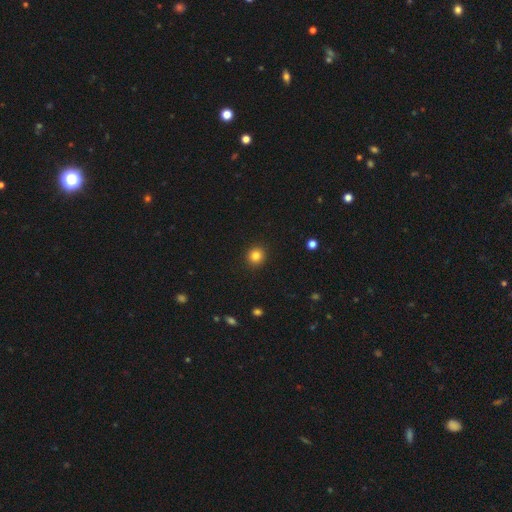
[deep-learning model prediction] Overall: smooth (83%). How rounded: round (92%). Merging: none (92%).